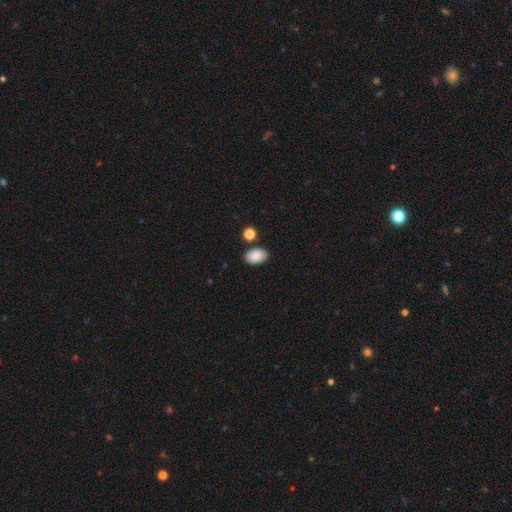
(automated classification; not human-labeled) A smooth galaxy with no disk features (87%) that is in between round and cigar-shaped (92%).

Vote fractions:
- Smooth or featured? smooth: 87% / star or artifact: 7% / featured or disk: 6%
- How rounded? in between: 92% / round: 7% / cigar-shaped: 1%
- Merging? none: 83% / minor disturbance: 10% / merger: 5% / major disturbance: 2%